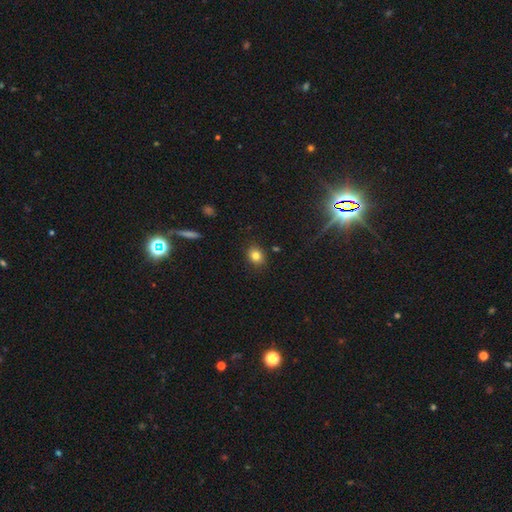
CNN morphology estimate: A smooth galaxy with no disk features (80%) that is round (61%).

Vote fractions:
- Smooth or featured? smooth: 80% / star or artifact: 12% / featured or disk: 8%
- How rounded? round: 61% / in between: 38% / cigar-shaped: 1%
- Merging? none: 87% / minor disturbance: 9% / major disturbance: 2% / merger: 2%